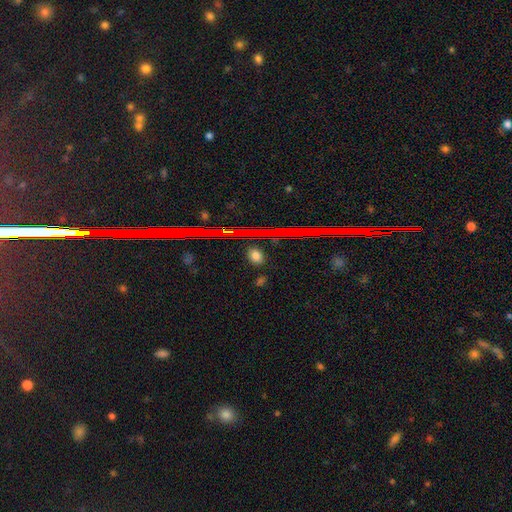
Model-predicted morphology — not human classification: Smooth or featured?
  - smooth: 71% *
  - star or artifact: 22%
  - featured or disk: 7%
How rounded?
  - in between: 57% *
  - round: 39%
  - cigar-shaped: 4%
Merging?
  - none: 86% *
  - minor disturbance: 9%
  - major disturbance: 3%
  - merger: 2%